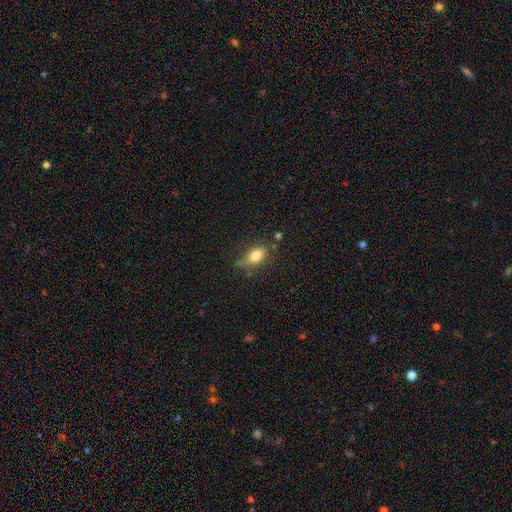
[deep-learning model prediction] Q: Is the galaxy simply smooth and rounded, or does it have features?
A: smooth — 70%.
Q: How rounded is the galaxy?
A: in between — 79%.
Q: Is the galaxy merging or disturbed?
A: none — 61%.